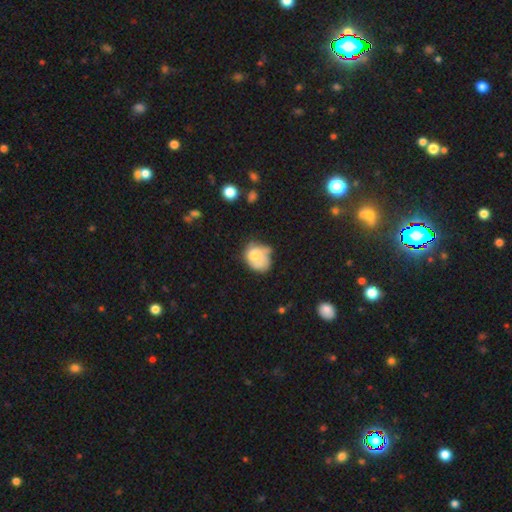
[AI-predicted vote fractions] A smooth galaxy with no disk features (58%) that is in between round and cigar-shaped (52%).

Vote fractions:
- Smooth or featured? smooth: 58% / featured or disk: 33% / star or artifact: 9%
- How rounded? in between: 52% / round: 47% / cigar-shaped: 1%
- Merging? minor disturbance: 31% (tied) / none: 31% (tied) / major disturbance: 25% / merger: 12%